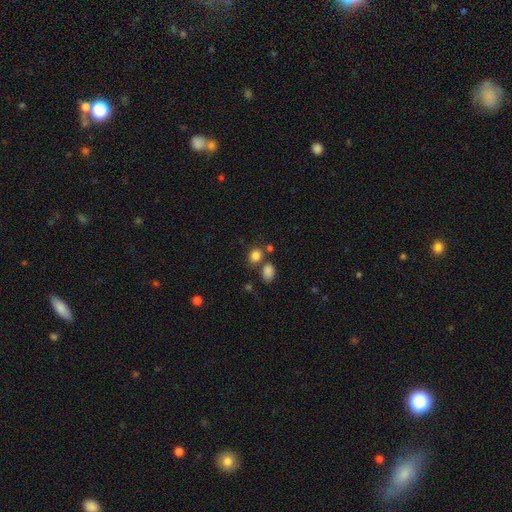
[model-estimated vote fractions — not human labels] smooth_or_featured: smooth (p=0.83) [alt: star or artifact p=0.12]
how_rounded: round (p=0.60) [alt: in between p=0.38]
merging: none (p=0.63) [alt: merger p=0.21]